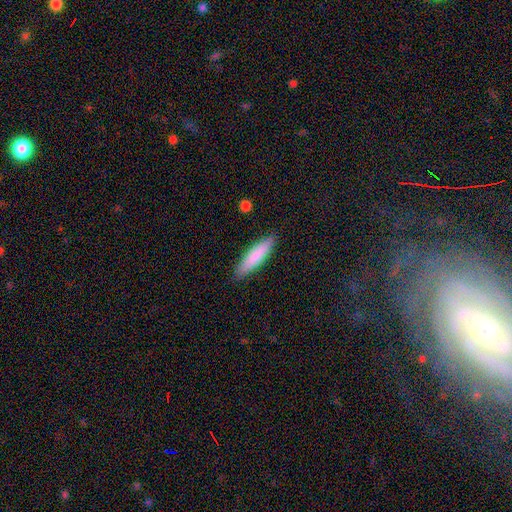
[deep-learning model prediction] The model was most divided on "how rounded": cigar-shaped: 79%, in between: 20%, round: 1%. More confident: merging — none (89%); smooth or featured — smooth (80%).